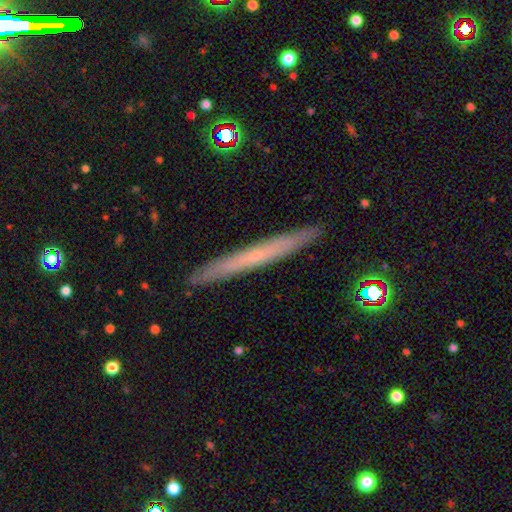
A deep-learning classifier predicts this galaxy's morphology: The model was most divided on "smooth or featured": featured or disk: 51%, smooth: 41%, star or artifact: 8%. More confident: edge-on disk — yes (95%); merging — none (91%).